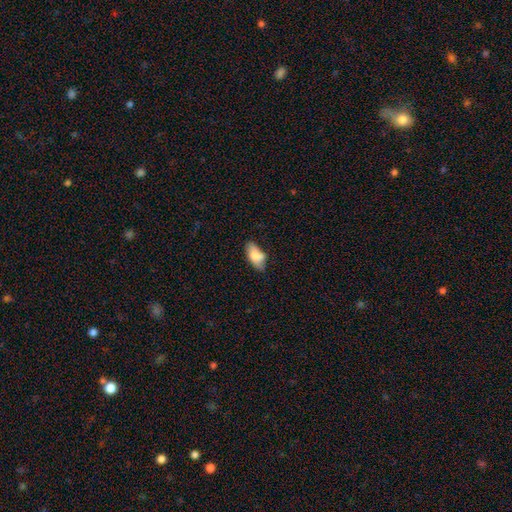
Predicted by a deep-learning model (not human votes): The model was most divided on "merging": none: 53%, minor disturbance: 31%, major disturbance: 9%, merger: 7%. More confident: how rounded — in between (90%); smooth or featured — smooth (72%).